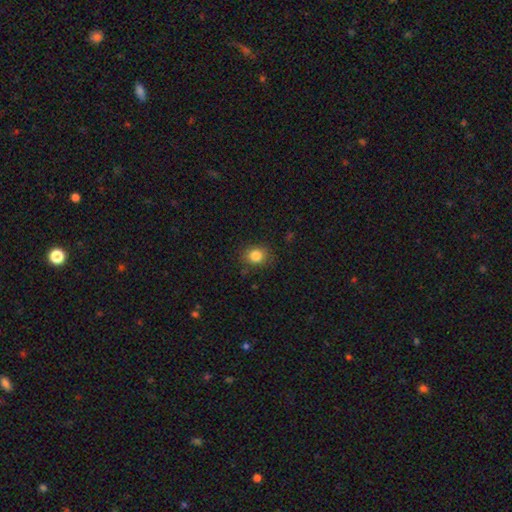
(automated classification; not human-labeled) Overall: smooth (84%). How rounded: round (70%). Merging: none (83%).